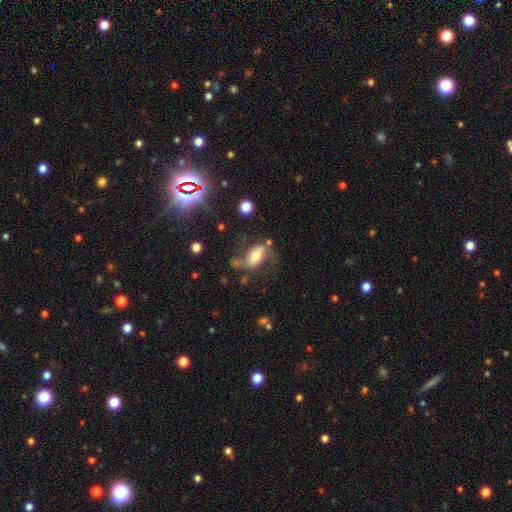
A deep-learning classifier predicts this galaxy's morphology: smooth-or-featured: featured or disk: 55% | smooth: 36% | star or artifact: 9%
  disk-edge-on: no: 91% | yes: 9%
  merging: none: 50% | minor disturbance: 22% | major disturbance: 21% | merger: 7%